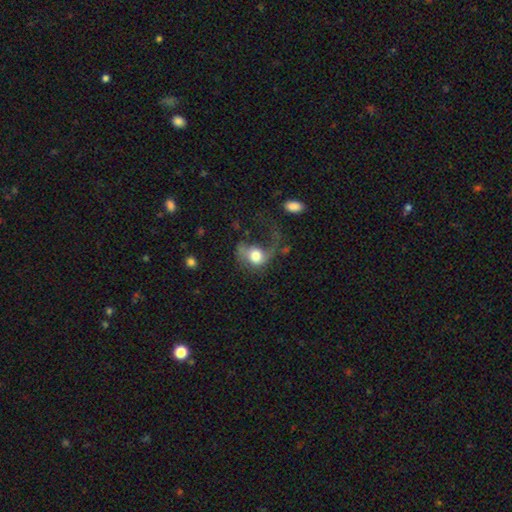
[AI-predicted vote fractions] The model was most divided on "how rounded": round: 55%, in between: 44%, cigar-shaped: 1%. More confident: smooth or featured — smooth (62%); merging — major disturbance (58%).